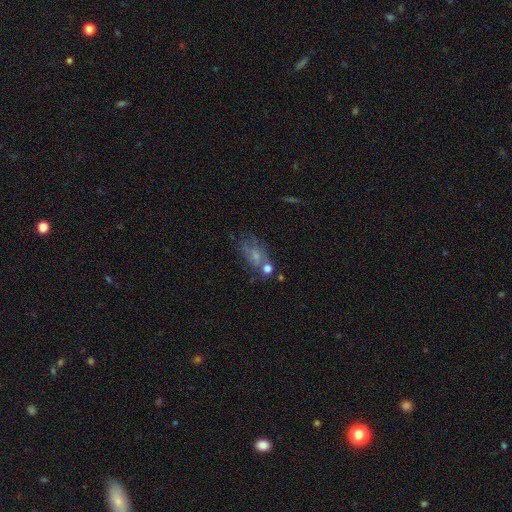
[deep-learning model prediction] Smooth or featured?
  - smooth: 49% *
  - featured or disk: 35%
  - star or artifact: 16%
Merging?
  - none: 40% *
  - minor disturbance: 22%
  - merger: 19%
  - major disturbance: 18%